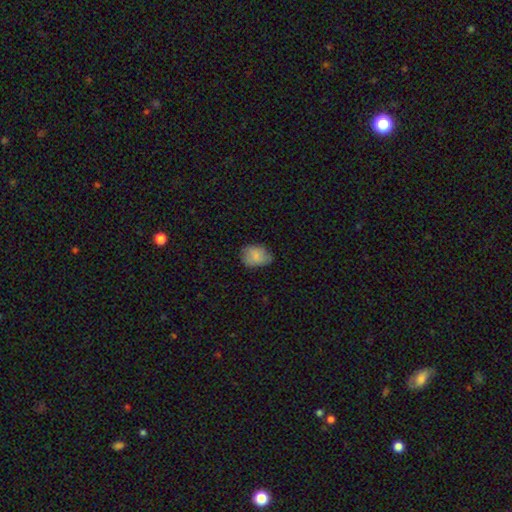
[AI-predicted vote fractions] Q: Smooth or featured?
A: smooth (81%); runner-up: featured or disk (11%)
Q: How rounded?
A: in between (69%); runner-up: round (29%)
Q: Merging?
A: none (62%); runner-up: minor disturbance (30%)